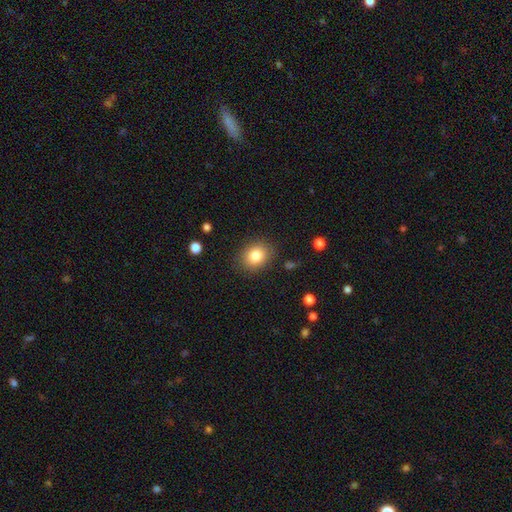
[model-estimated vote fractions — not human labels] Overall: smooth (83%). How rounded: in between (51%; round 48%). Merging: none (86%).